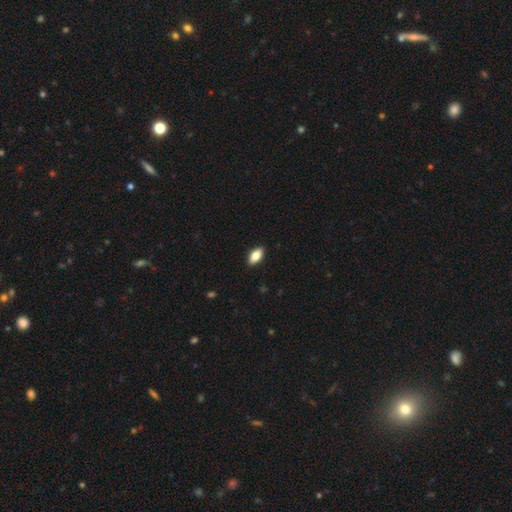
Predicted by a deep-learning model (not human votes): Smooth or featured: smooth — 78% (featured or disk — 15%)
How rounded: in between — 88% (cigar-shaped — 9%)
Merging: none — 89% (minor disturbance — 8%)